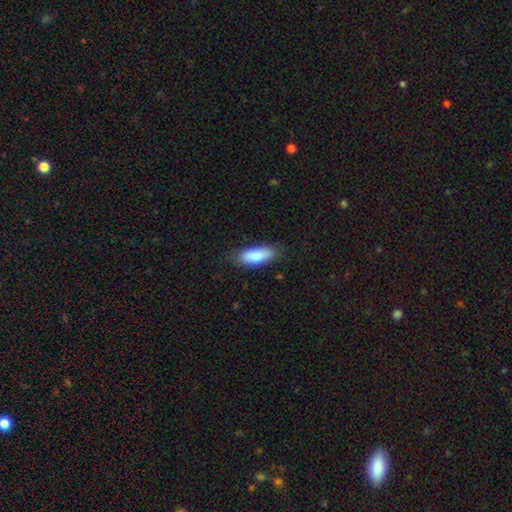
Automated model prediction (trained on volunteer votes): This appears to be a smooth galaxy with no disk features (85%) that is in between round and cigar-shaped (78%). Merging: none (80%).